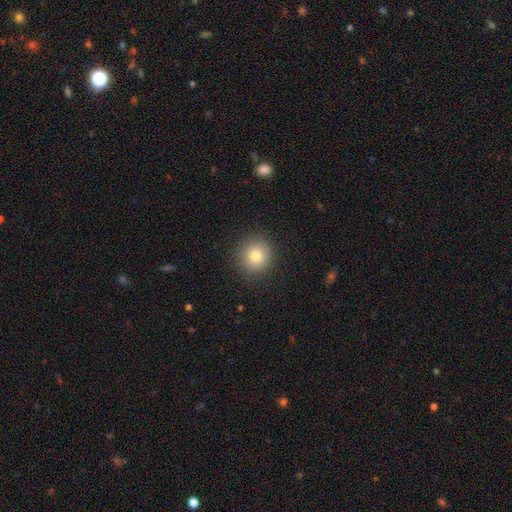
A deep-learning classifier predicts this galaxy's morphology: smooth_or_featured: smooth (p=0.81) [alt: star or artifact p=0.10]
how_rounded: round (p=0.92) [alt: in between p=0.07]
merging: none (p=0.89) [alt: minor disturbance p=0.07]